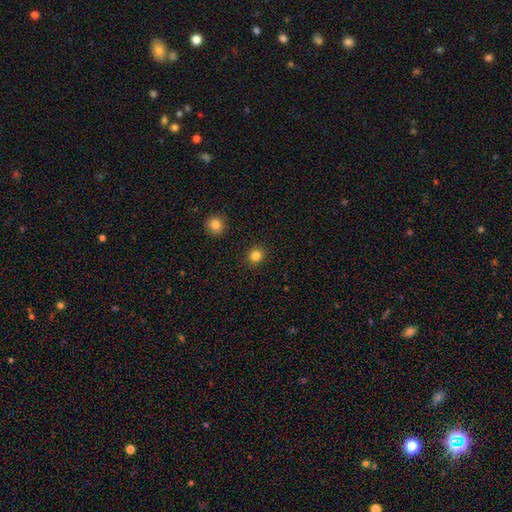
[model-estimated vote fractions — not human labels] Overall: smooth (83%). How rounded: round (87%). Merging: none (92%).